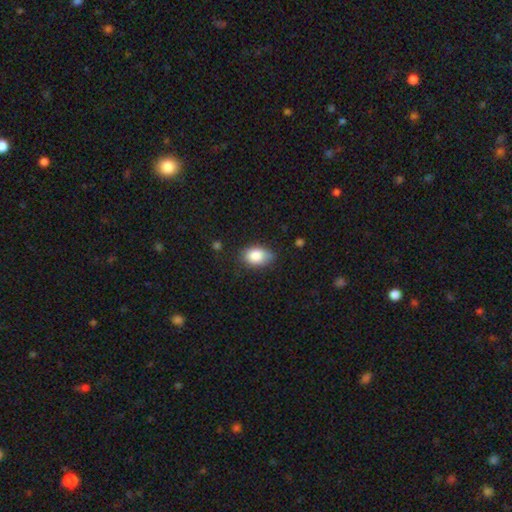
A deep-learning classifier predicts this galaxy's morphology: Smooth or featured?
  - smooth: 84% *
  - star or artifact: 8%
  - featured or disk: 8%
How rounded?
  - in between: 83% *
  - round: 16%
  - cigar-shaped: 1%
Merging?
  - none: 70% *
  - minor disturbance: 24%
  - major disturbance: 4%
  - merger: 2%